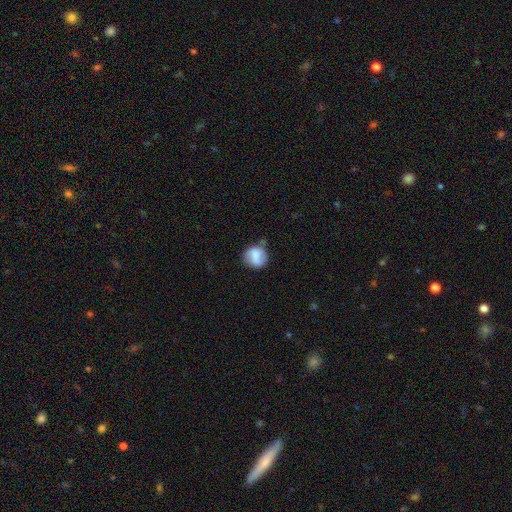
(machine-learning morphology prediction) type=smooth (64%); roundness=round (82%); merging=none (63%).